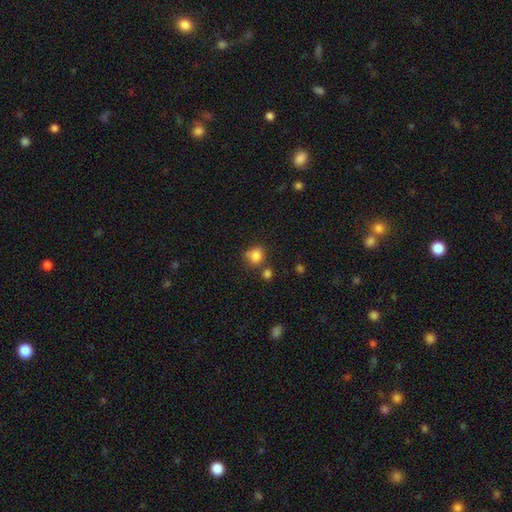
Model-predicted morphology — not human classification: This appears to be a smooth galaxy with no disk features (83%) that is round (78%). Merging: none (61%).